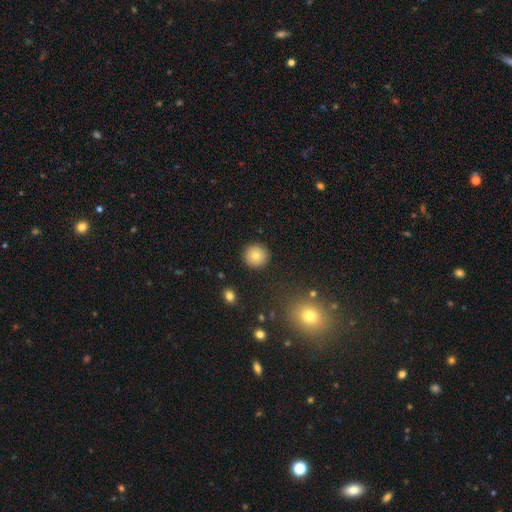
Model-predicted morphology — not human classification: smooth_or_featured: smooth (p=0.75) [alt: featured or disk p=0.15]
how_rounded: round (p=0.94) [alt: in between p=0.05]
merging: none (p=0.91) [alt: minor disturbance p=0.06]